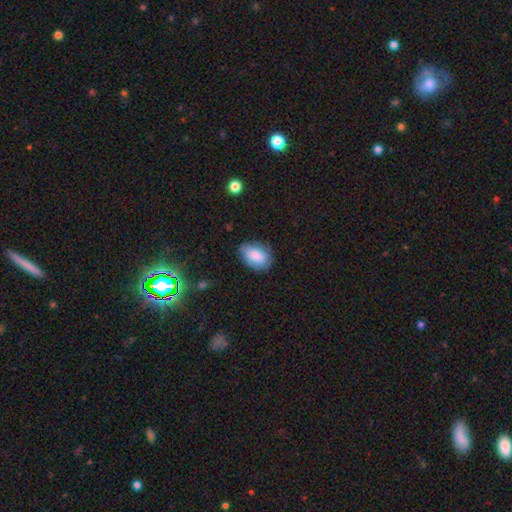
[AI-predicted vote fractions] Smooth or featured? smooth (81%)
How rounded? in between (84%)
Merging? none (67%)